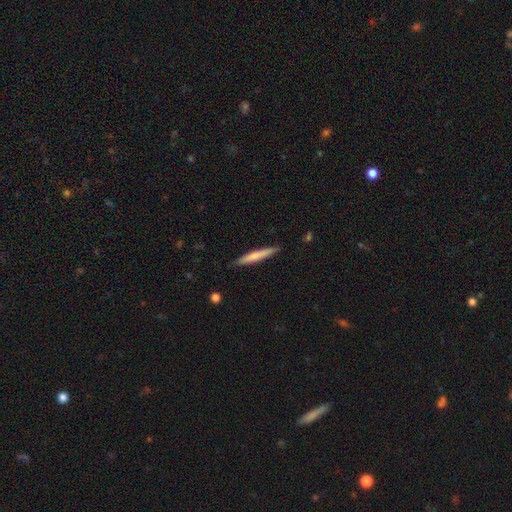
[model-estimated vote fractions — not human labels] A smooth galaxy with no disk features (69%) that is cigar-shaped (95%).

Vote fractions:
- Smooth or featured? smooth: 69% / featured or disk: 25% / star or artifact: 5%
- How rounded? cigar-shaped: 95% / in between: 4% / round: 1%
- Merging? none: 88% / minor disturbance: 9% / major disturbance: 2% / merger: 1%